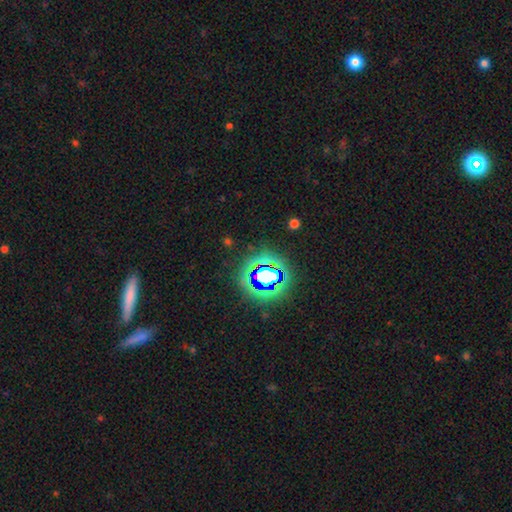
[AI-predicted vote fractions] This is likely a star or artifact rather than a galaxy (70%).